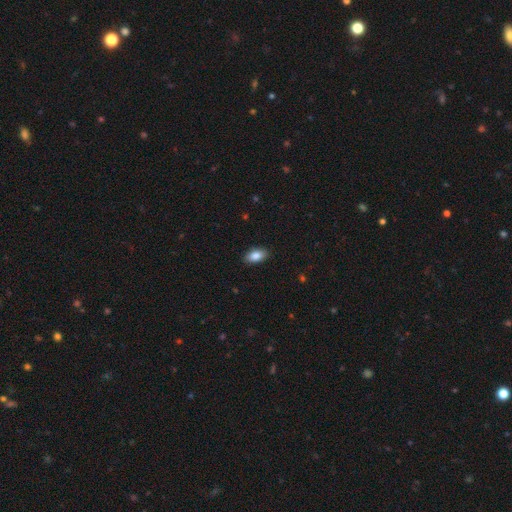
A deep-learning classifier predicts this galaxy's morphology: Q: Smooth or featured?
A: smooth (86%); runner-up: star or artifact (7%)
Q: How rounded?
A: in between (92%); runner-up: round (5%)
Q: Merging?
A: none (89%); runner-up: minor disturbance (8%)